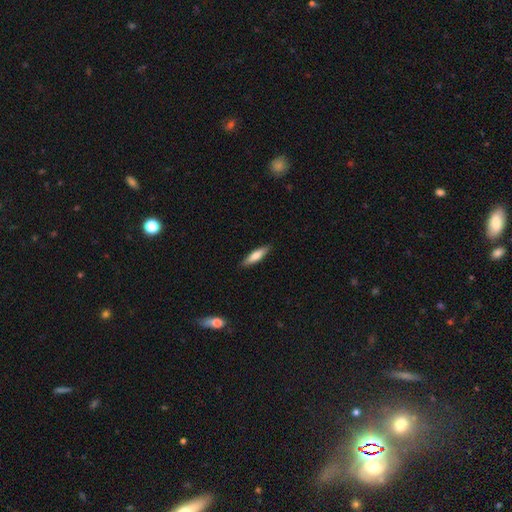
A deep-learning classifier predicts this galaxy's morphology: Smooth or featured? Predicted: smooth (p=0.69). How rounded? Predicted: cigar-shaped (p=0.71). Merging? Predicted: none (p=0.89).